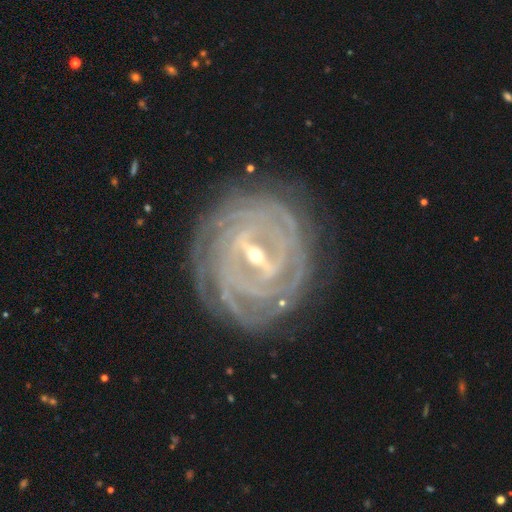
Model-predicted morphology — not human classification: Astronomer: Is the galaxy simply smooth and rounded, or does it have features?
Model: featured or disk — 92%.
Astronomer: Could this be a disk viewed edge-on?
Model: no — 95%.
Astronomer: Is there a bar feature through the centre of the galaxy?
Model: strong — 70%.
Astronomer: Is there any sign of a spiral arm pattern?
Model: yes — 96%.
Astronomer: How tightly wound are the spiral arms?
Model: tight — 83%.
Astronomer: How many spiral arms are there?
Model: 4 — 30% (runner-up: can't tell, 21%).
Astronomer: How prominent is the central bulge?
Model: small — 64%.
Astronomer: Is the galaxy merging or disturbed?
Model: none — 80%.